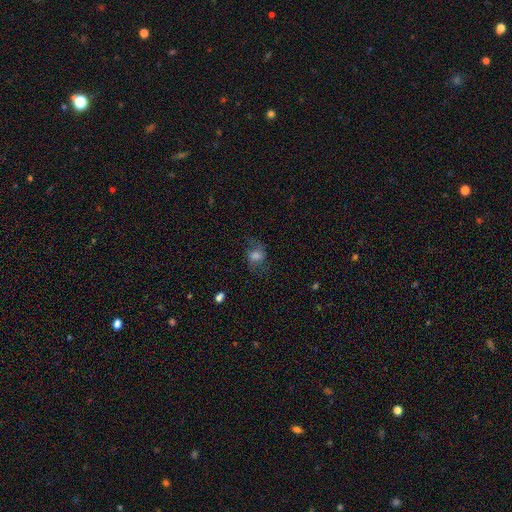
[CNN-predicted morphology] This is possibly a smooth galaxy (52%). How rounded: possibly in between (51%). Merging: likely none (62%).